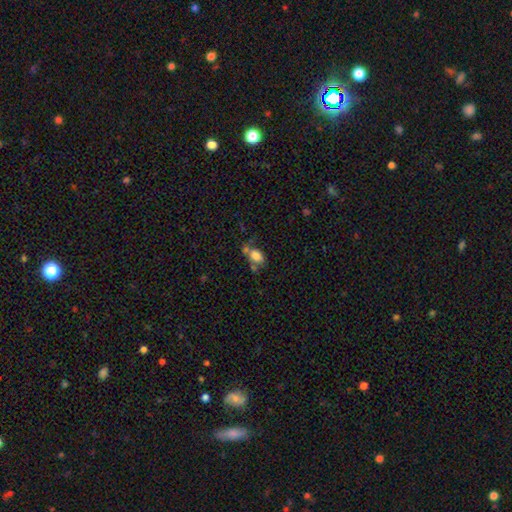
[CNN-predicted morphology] Q: Smooth or featured?
A: smooth (78%); runner-up: featured or disk (12%)
Q: How rounded?
A: in between (77%); runner-up: round (21%)
Q: Merging?
A: none (40%); runner-up: merger (29%)